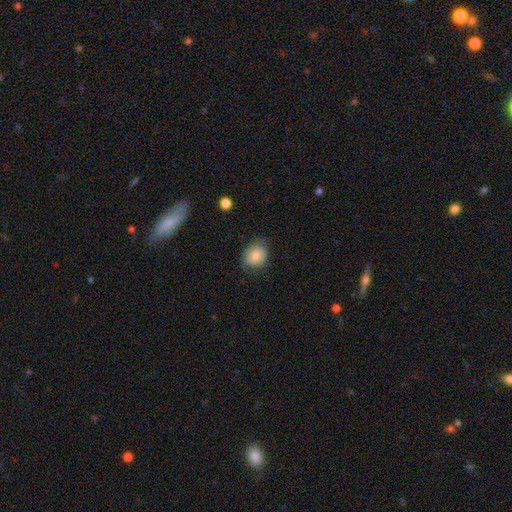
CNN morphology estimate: type=smooth (80%); roundness=round (51%); merging=none (67%).